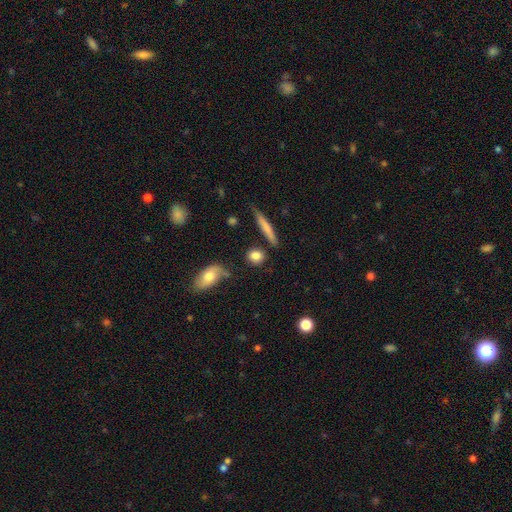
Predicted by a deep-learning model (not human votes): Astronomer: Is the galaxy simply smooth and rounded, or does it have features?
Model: smooth — 82%.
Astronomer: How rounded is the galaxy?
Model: round — 55% (runner-up: in between, 33%).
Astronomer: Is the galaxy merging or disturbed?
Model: none — 75%.